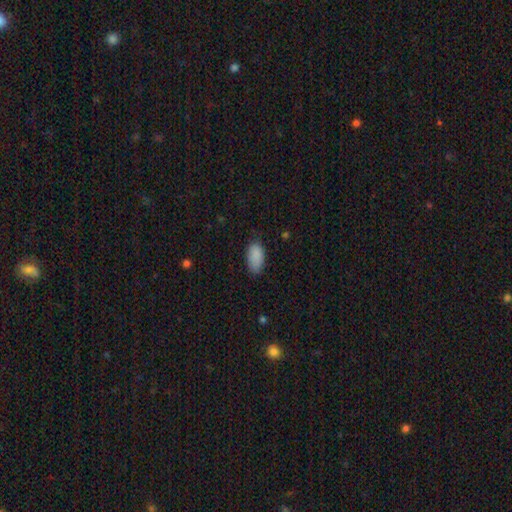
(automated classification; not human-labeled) This appears to be a smooth galaxy with no disk features (88%) that is in between round and cigar-shaped (94%). Merging: none (74%).